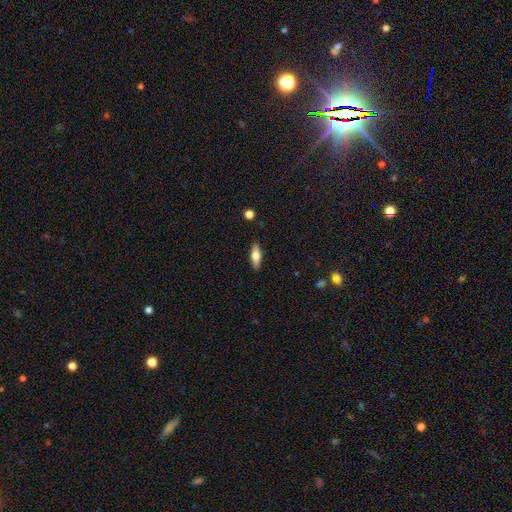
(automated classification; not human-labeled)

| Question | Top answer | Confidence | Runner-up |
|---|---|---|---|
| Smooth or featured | smooth | 63% | featured or disk (30%) |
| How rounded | in between | 59% | cigar-shaped (38%) |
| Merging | none | 88% | minor disturbance (9%) |